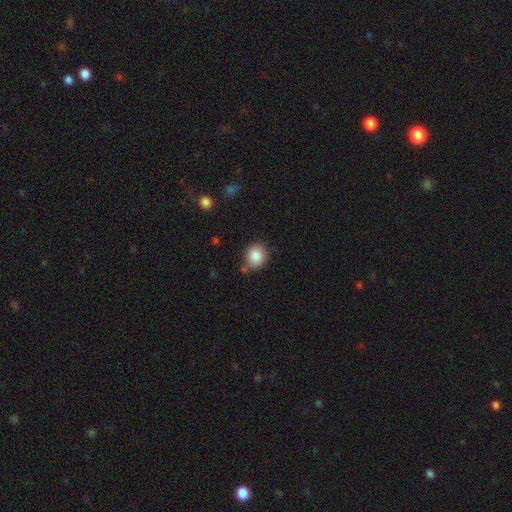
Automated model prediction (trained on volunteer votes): Q: Smooth or featured?
A: smooth (85%); runner-up: star or artifact (9%)
Q: How rounded?
A: round (70%); runner-up: in between (29%)
Q: Merging?
A: none (78%); runner-up: minor disturbance (13%)